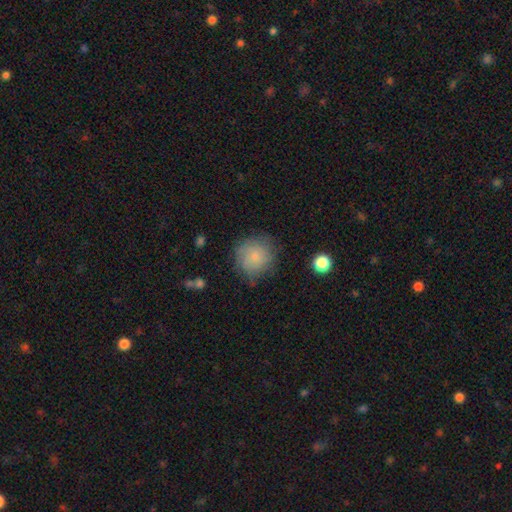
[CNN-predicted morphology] smooth 79%, featured or disk 12%, star or artifact 8%. Down the decision tree: how rounded — round (91%); merging — none (73%).